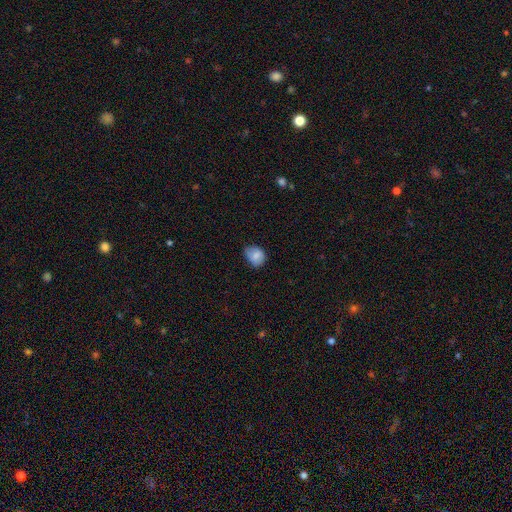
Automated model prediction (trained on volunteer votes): A smooth galaxy with no disk features (82%) that is in between round and cigar-shaped (52%). Merging: none (58%).